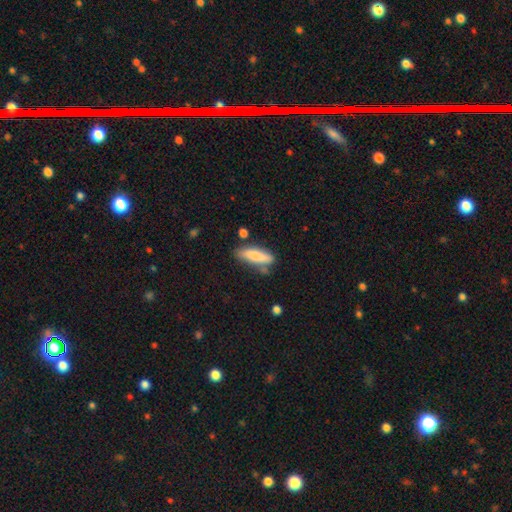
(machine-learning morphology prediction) smooth 79%, featured or disk 15%, star or artifact 6%. Down the decision tree: how rounded — cigar-shaped (59%); merging — none (64%).